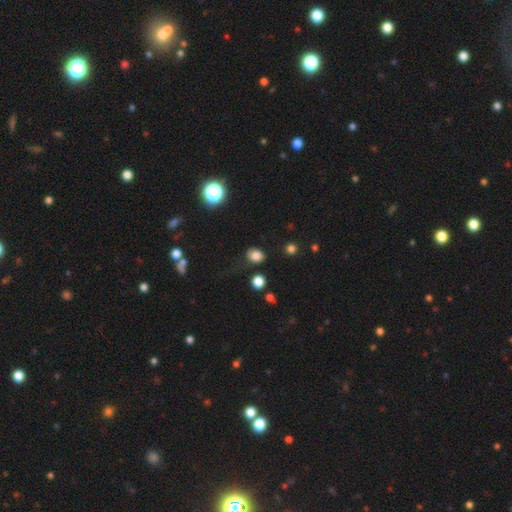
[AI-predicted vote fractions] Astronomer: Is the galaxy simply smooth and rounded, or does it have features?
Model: smooth — 79%.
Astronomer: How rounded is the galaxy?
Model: in between — 50% (runner-up: round, 49%).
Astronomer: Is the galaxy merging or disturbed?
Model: none — 67%.